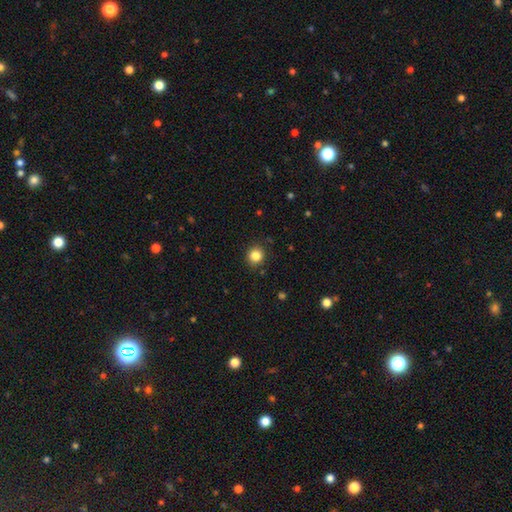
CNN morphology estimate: Smooth or featured: smooth — 84% (star or artifact — 11%)
How rounded: round — 91% (in between — 8%)
Merging: none — 90% (minor disturbance — 7%)